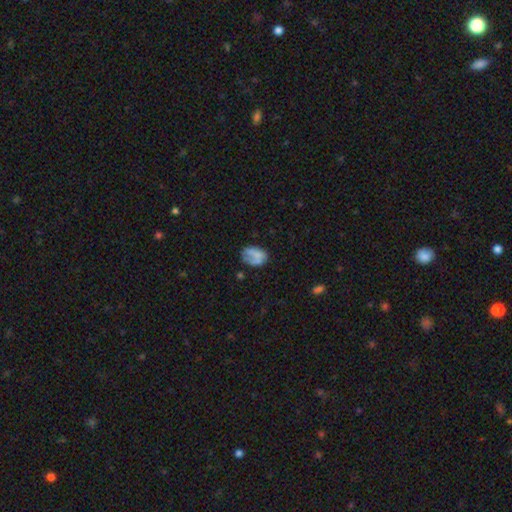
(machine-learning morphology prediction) Overall: smooth (65%; featured or disk 25%). How rounded: in between (74%). Merging: none (46%; minor disturbance 29%).